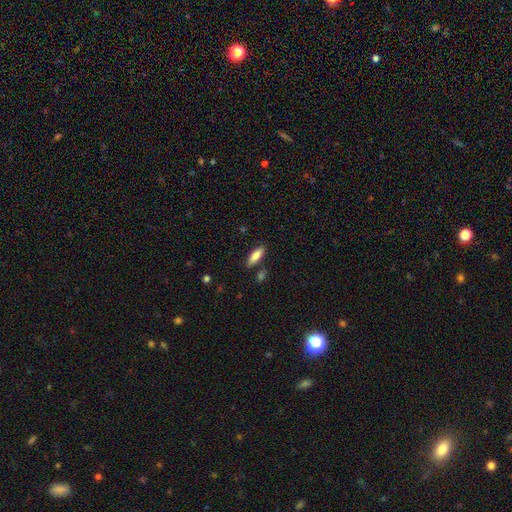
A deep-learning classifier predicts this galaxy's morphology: Smooth or featured? Predicted: smooth (p=0.79). How rounded? Predicted: in between (p=0.61). Merging? Predicted: none (p=0.82).